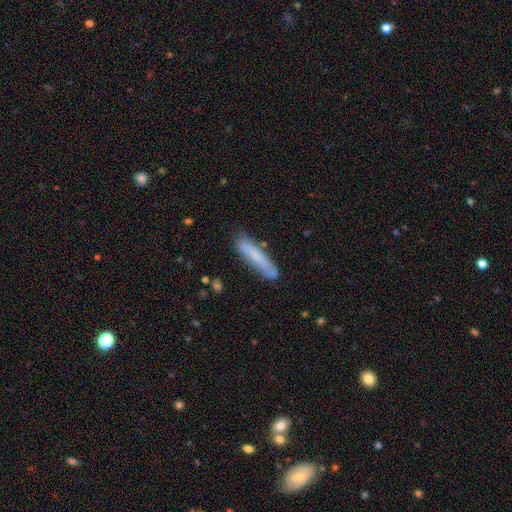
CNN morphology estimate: This is likely a smooth galaxy (74%). How rounded: clearly cigar-shaped (88%). Merging: likely none (78%).